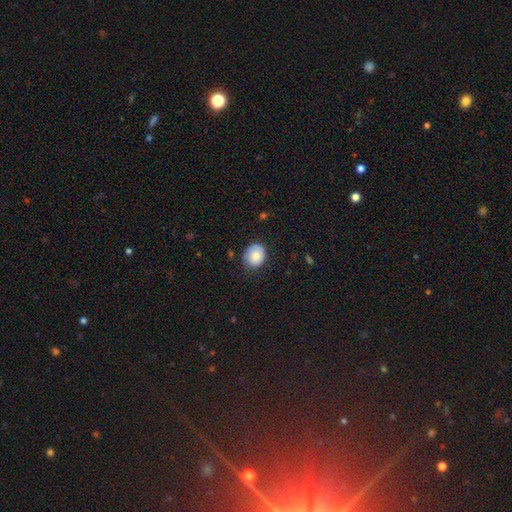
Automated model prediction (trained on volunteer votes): Q: Smooth or featured?
A: smooth (72%); runner-up: featured or disk (21%)
Q: How rounded?
A: round (58%); runner-up: in between (41%)
Q: Merging?
A: none (68%); runner-up: minor disturbance (24%)